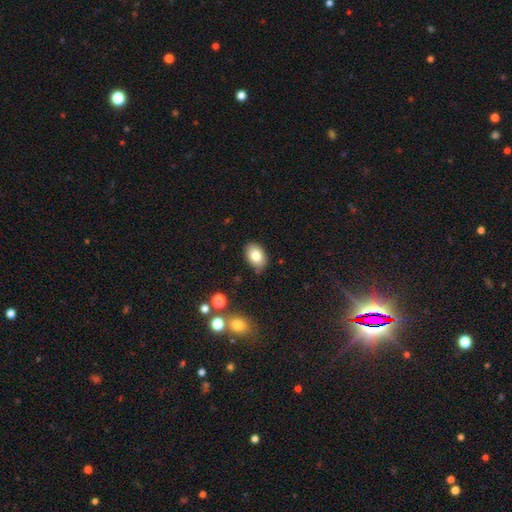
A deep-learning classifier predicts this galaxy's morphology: Smooth or featured?
  - smooth: 80% *
  - featured or disk: 11%
  - star or artifact: 9%
How rounded?
  - in between: 83% *
  - round: 16%
  - cigar-shaped: 1%
Merging?
  - none: 83% *
  - minor disturbance: 13%
  - major disturbance: 2%
  - merger: 2%